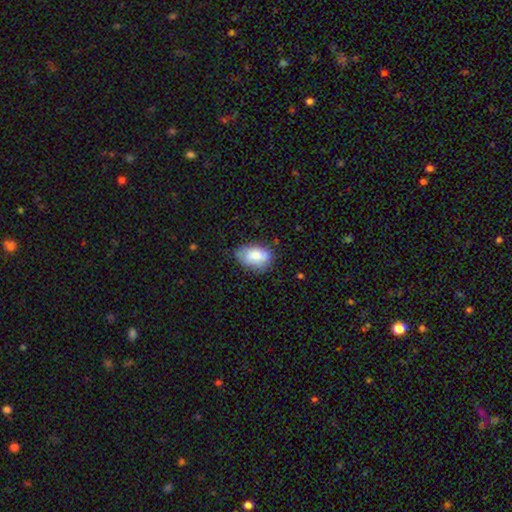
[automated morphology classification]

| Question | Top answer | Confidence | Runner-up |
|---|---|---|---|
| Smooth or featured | smooth | 80% | featured or disk (13%) |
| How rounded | in between | 91% | round (7%) |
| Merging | none | 68% | minor disturbance (26%) |